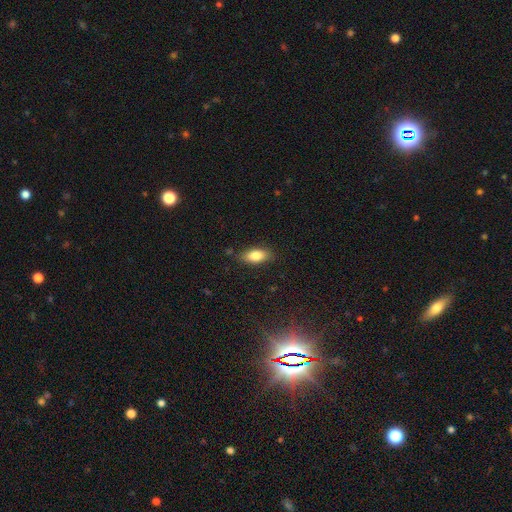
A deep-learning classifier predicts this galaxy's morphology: smooth_or_featured: smooth (p=0.81) [alt: featured or disk p=0.12]
how_rounded: in between (p=0.86) [alt: cigar-shaped p=0.11]
merging: none (p=0.83) [alt: minor disturbance p=0.12]